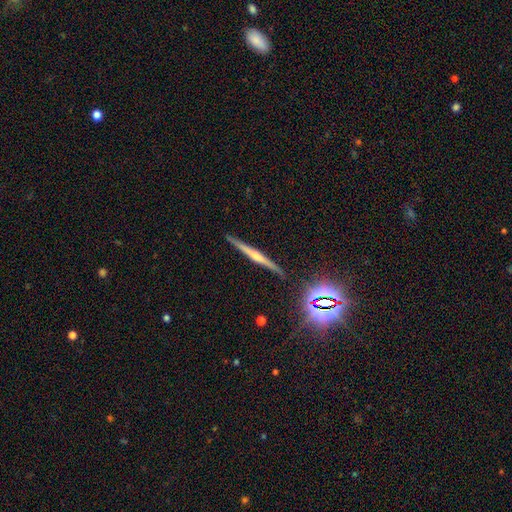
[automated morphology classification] The model was most divided on "smooth or featured": featured or disk: 68%, star or artifact: 17%, smooth: 15%. More confident: edge-on disk — yes (97%); merging — none (90%); edge-on bulge — rounded (79%).